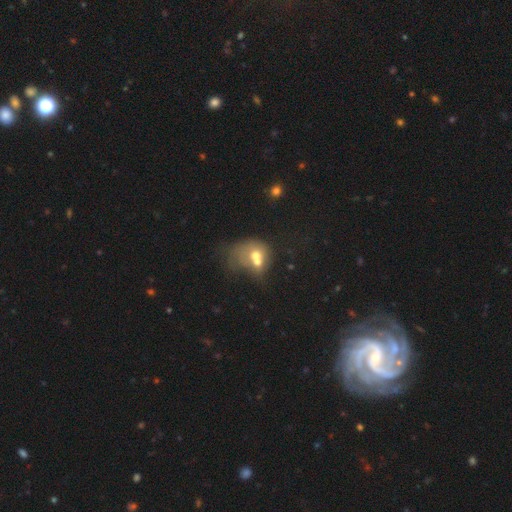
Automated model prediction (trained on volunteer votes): Smooth or featured?
  - smooth: 55% *
  - featured or disk: 35%
  - star or artifact: 10%
How rounded?
  - in between: 50% *
  - round: 49%
  - cigar-shaped: 1%
Merging?
  - merger: 69% *
  - major disturbance: 12%
  - none: 11%
  - minor disturbance: 7%